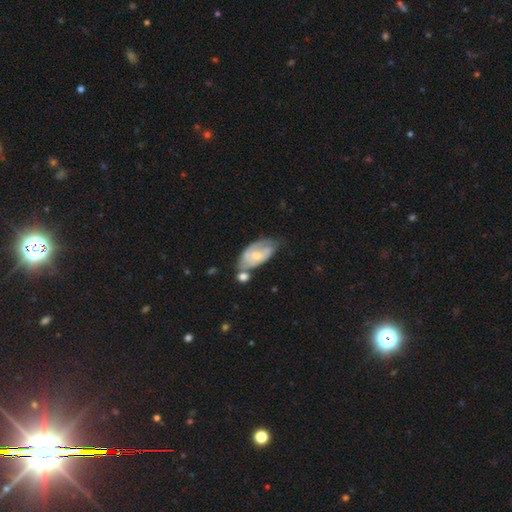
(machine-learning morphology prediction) Smooth or featured? Predicted: featured or disk (p=0.54). Edge-on disk? Predicted: no (p=0.92). Bar? Predicted: no (p=0.69). Spiral arms? Predicted: yes (p=0.67). Bulge size? Predicted: small (p=0.51). Merging? Predicted: none (p=0.41).